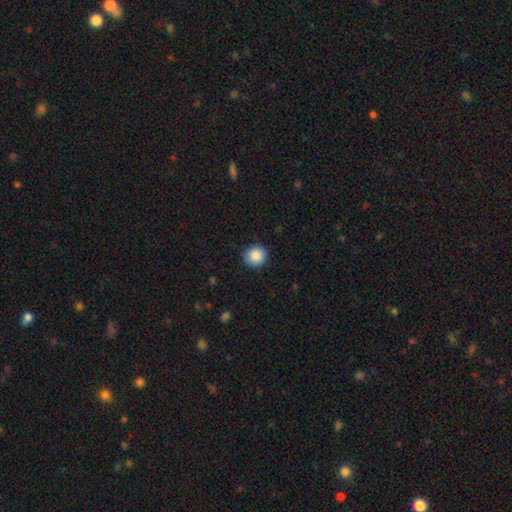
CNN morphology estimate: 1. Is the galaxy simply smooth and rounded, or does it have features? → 88% smooth, 8% star or artifact, 3% featured or disk.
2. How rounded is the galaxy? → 91% round, 8% in between, 1% cigar-shaped.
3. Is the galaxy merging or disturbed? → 90% none, 7% minor disturbance, 2% major disturbance, 1% merger.